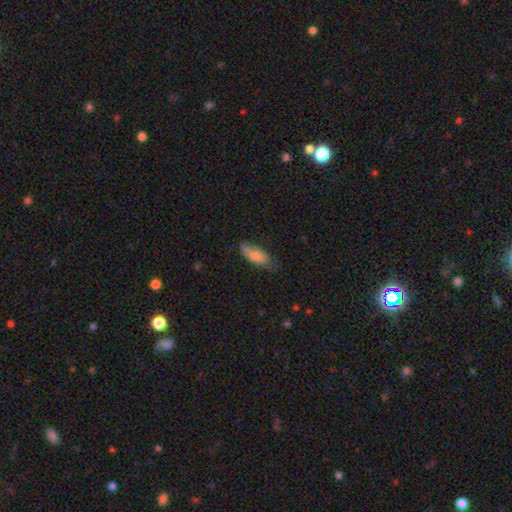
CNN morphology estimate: Overall: smooth (76%). How rounded: in between (81%). Merging: none (57%; minor disturbance 33%).